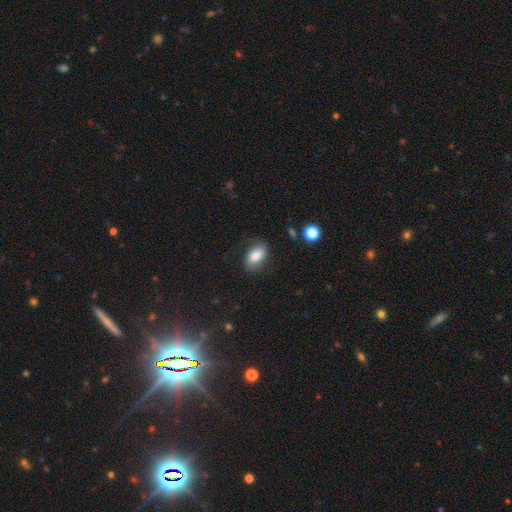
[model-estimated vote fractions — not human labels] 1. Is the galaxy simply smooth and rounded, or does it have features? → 78% smooth, 14% featured or disk, 8% star or artifact.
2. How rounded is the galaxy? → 89% in between, 9% round, 2% cigar-shaped.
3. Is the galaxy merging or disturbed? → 73% none, 18% minor disturbance, 7% major disturbance, 2% merger.